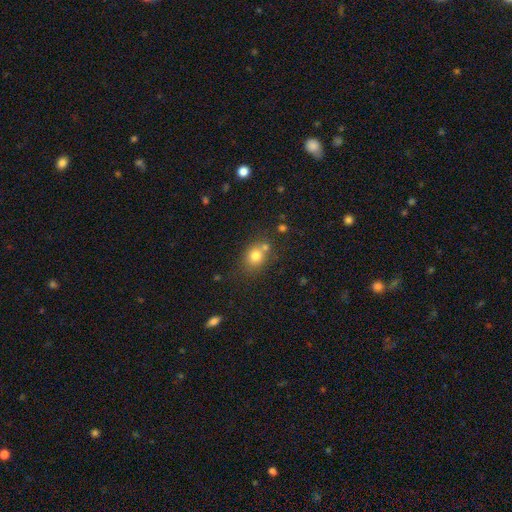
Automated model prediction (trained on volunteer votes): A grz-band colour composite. It shows a smooth galaxy with no disk features (76%) that is round (64%). Merging: none (57%).